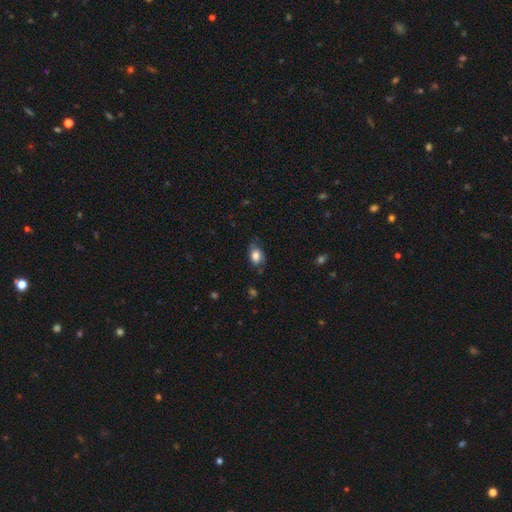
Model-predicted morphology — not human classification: smooth-or-featured: smooth: 78% | featured or disk: 14% | star or artifact: 8%
  how-rounded: in between: 82% | round: 16% | cigar-shaped: 2%
  merging: none: 61% | minor disturbance: 29% | major disturbance: 8% | merger: 2%